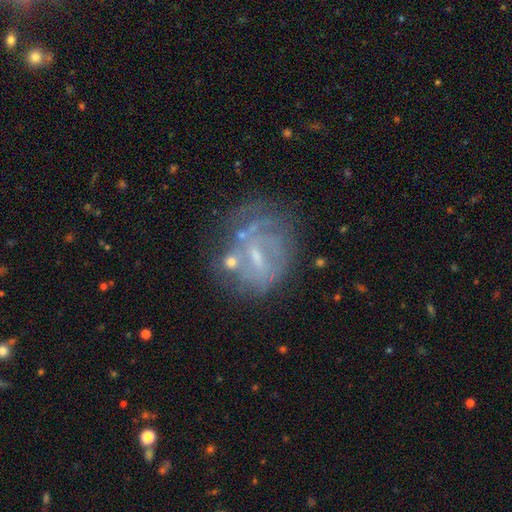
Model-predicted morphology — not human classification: Overall: featured or disk (66%). Edge-on disk: no (97%). Bar: weak (49%; no 32%). Spiral arms: yes (53%; no 47%). Bulge size: small (49%; moderate 24%). Merging: none (48%; minor disturbance 22%).